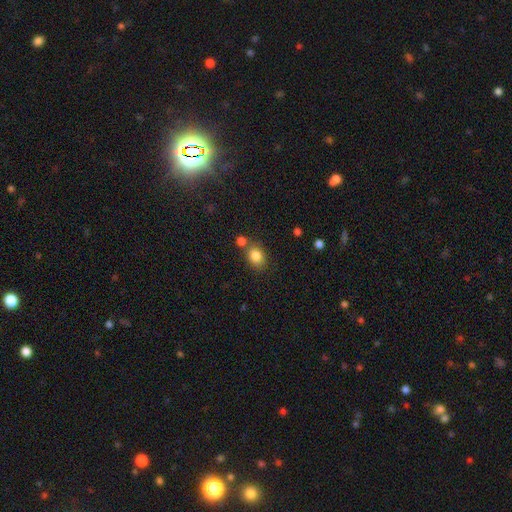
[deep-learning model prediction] smooth 84%, star or artifact 10%, featured or disk 6%. Down the decision tree: how rounded — in between (50%); merging — none (67%).